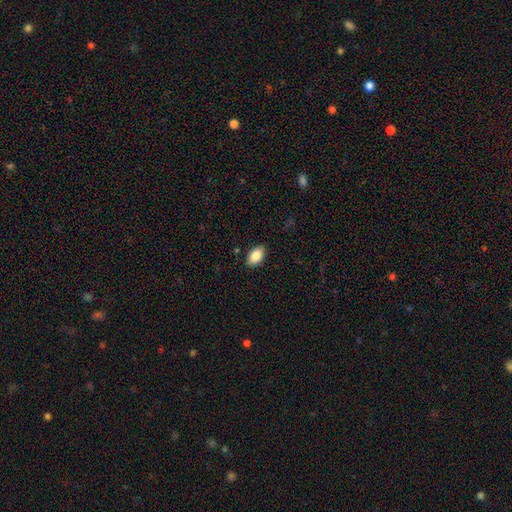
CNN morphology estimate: A smooth galaxy with no disk features (87%) that is in between round and cigar-shaped (93%). Merging: none (87%).